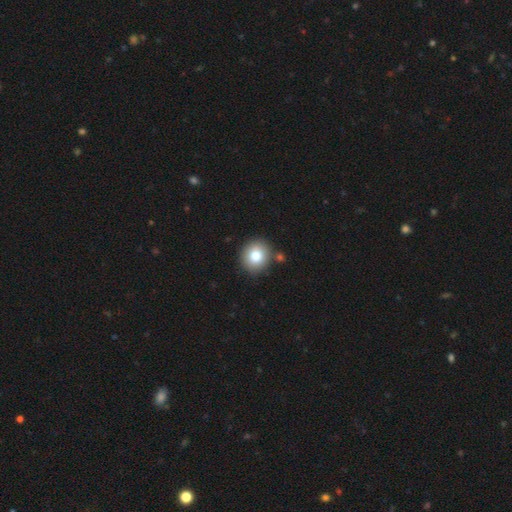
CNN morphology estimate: Smooth or featured: smooth — 79% (featured or disk — 11%)
How rounded: round — 83% (in between — 16%)
Merging: none — 82% (minor disturbance — 9%)